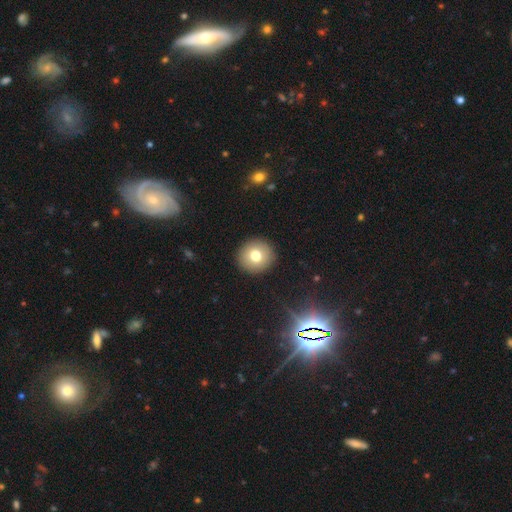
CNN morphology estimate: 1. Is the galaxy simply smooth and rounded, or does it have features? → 75% smooth, 14% featured or disk, 11% star or artifact.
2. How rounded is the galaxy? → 92% round, 7% in between, 1% cigar-shaped.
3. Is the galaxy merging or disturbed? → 92% none, 5% minor disturbance, 2% major disturbance, 1% merger.